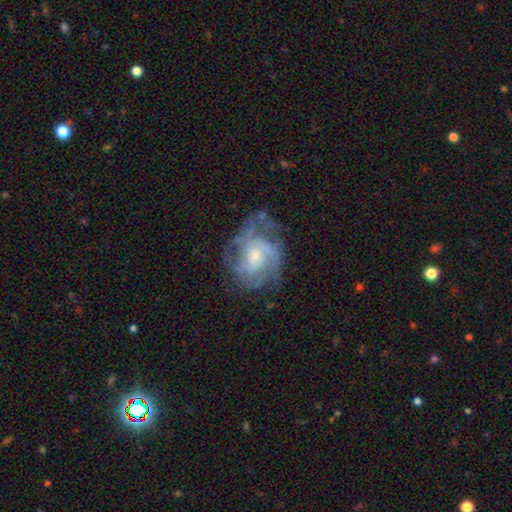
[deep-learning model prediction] A featured or disk galaxy (84%) with no bar (64%), can't tell (26%, tied with 3) medium (45%) spiral arms (93%) and a moderate central bulge (51%). Merging: none (63%).